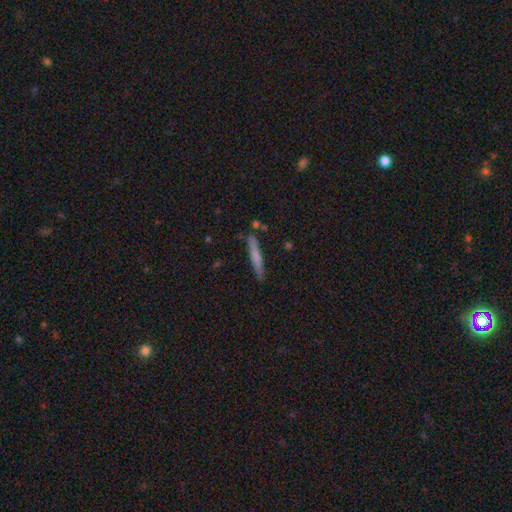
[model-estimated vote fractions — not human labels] Smooth or featured? smooth (65%)
How rounded? cigar-shaped (94%)
Merging? none (84%)